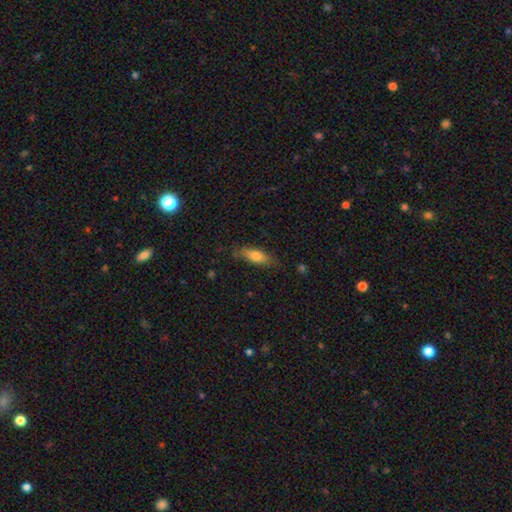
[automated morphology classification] Smooth or featured? smooth (74%)
How rounded? in between (53%)
Merging? none (78%)